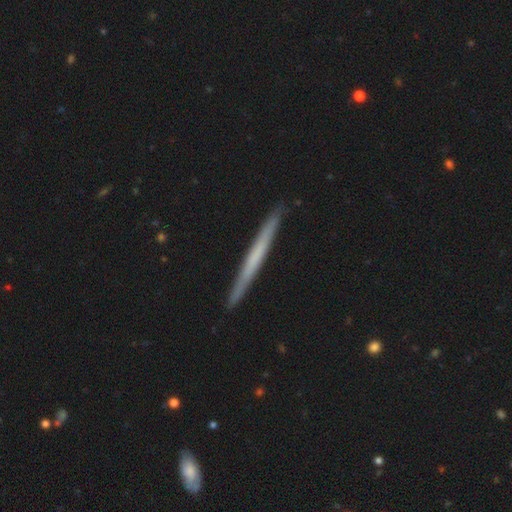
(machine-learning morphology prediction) Smooth or featured: featured or disk — 52% (smooth — 43%)
Edge-on disk: yes — 97% (no — 3%)
Merging: none — 91% (minor disturbance — 6%)